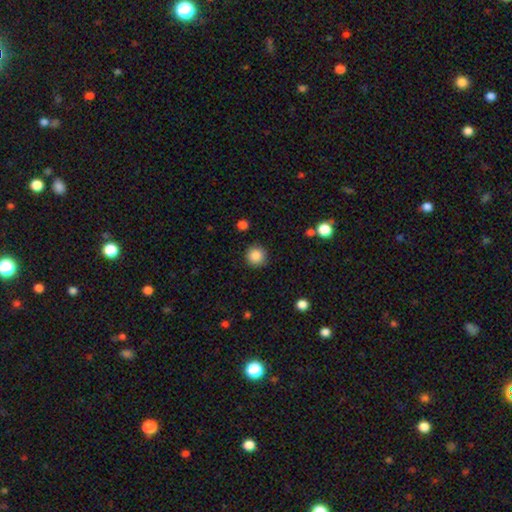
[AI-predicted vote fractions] Overall: smooth (87%). How rounded: round (95%). Merging: none (90%).